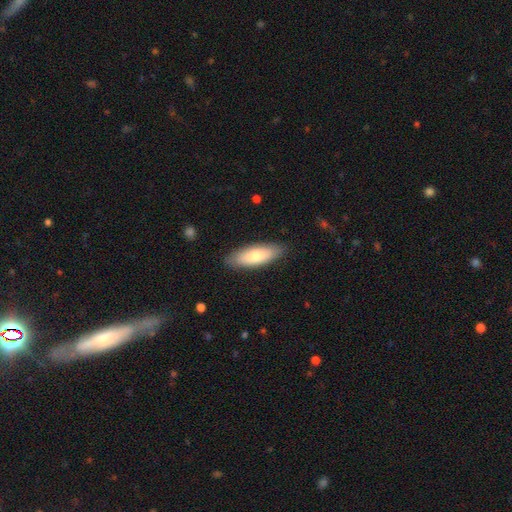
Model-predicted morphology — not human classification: Smooth or featured?
  - smooth: 72% *
  - featured or disk: 23%
  - star or artifact: 5%
How rounded?
  - in between: 64% *
  - cigar-shaped: 34%
  - round: 2%
Merging?
  - none: 86% *
  - minor disturbance: 11%
  - major disturbance: 2%
  - merger: 1%